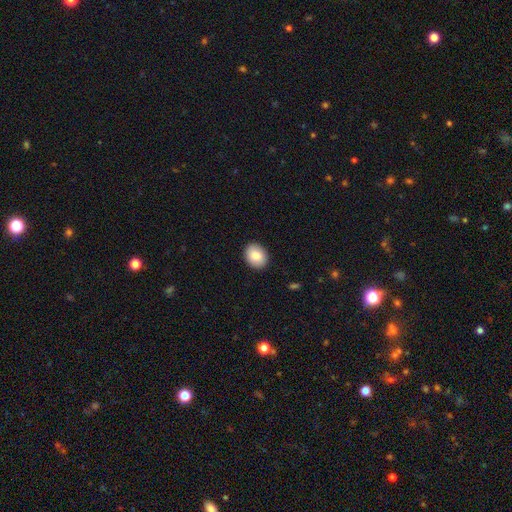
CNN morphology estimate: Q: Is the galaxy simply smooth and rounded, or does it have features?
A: smooth — 84%.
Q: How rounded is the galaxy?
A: in between — 52%.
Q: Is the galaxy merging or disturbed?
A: none — 91%.